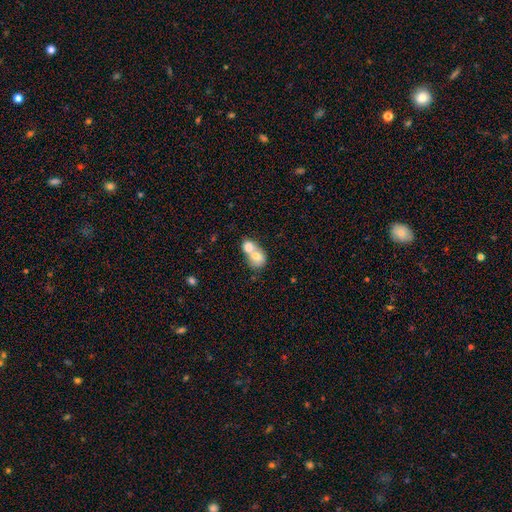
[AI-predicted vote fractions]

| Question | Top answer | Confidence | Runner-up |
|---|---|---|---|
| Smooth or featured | smooth | 70% | featured or disk (22%) |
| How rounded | in between | 56% | round (42%) |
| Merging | merger | 77% | none (15%) |